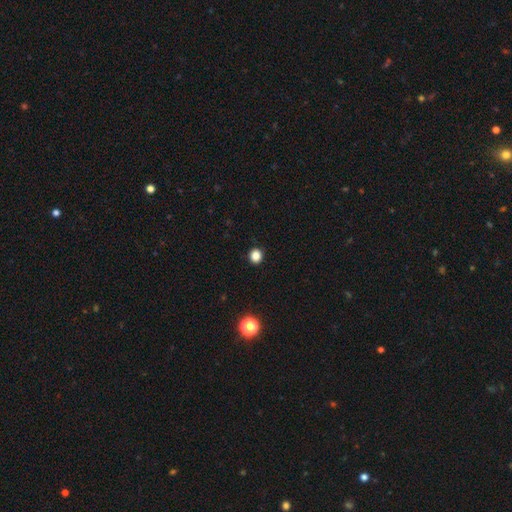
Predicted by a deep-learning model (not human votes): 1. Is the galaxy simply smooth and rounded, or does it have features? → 85% smooth, 12% star or artifact, 3% featured or disk.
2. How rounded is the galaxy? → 80% round, 19% in between, 1% cigar-shaped.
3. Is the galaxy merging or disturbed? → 92% none, 6% minor disturbance, 2% major disturbance, 1% merger.